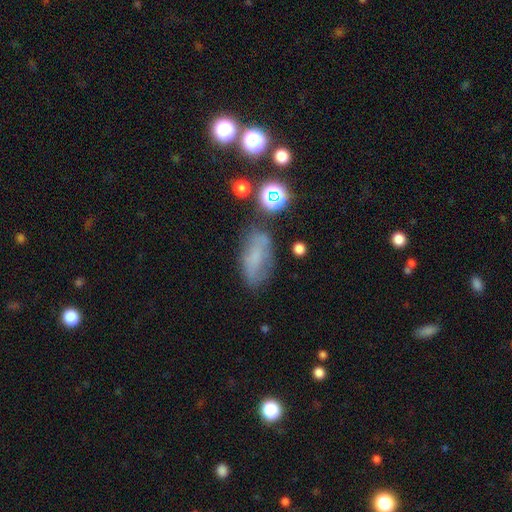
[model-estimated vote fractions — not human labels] smooth_or_featured: smooth (p=0.56) [alt: featured or disk p=0.29]
how_rounded: in between (p=0.87) [alt: cigar-shaped p=0.07]
merging: none (p=0.63) [alt: minor disturbance p=0.23]